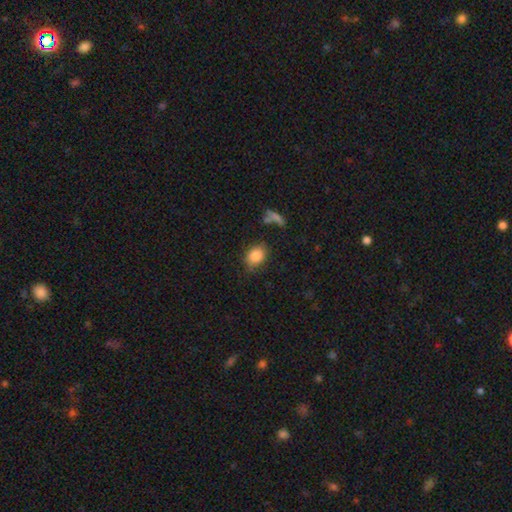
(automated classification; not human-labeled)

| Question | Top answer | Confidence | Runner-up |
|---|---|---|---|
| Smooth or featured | smooth | 85% | star or artifact (9%) |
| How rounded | in between | 64% | round (34%) |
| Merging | none | 70% | minor disturbance (21%) |